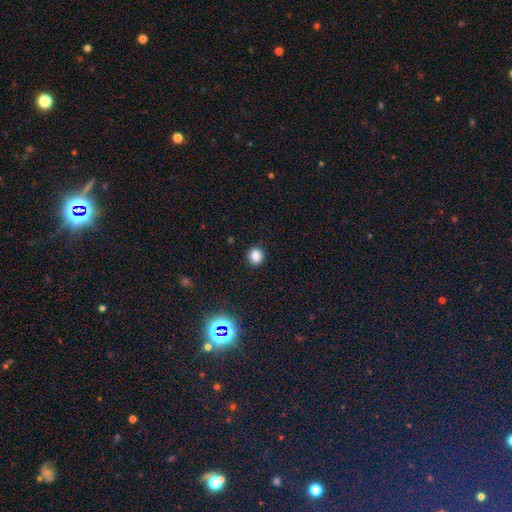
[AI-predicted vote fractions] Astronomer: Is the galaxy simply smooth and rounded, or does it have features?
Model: smooth — 84%.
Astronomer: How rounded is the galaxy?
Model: round — 82%.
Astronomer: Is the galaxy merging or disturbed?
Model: none — 90%.